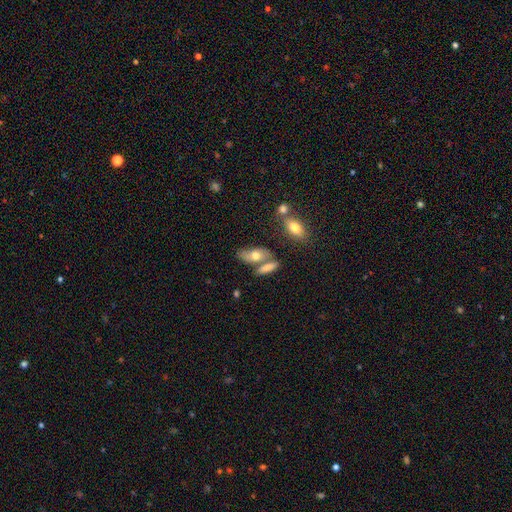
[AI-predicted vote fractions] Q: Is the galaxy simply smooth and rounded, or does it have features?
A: smooth — 65%.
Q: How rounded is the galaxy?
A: in between — 77%.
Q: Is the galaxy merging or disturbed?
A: none — 45%.